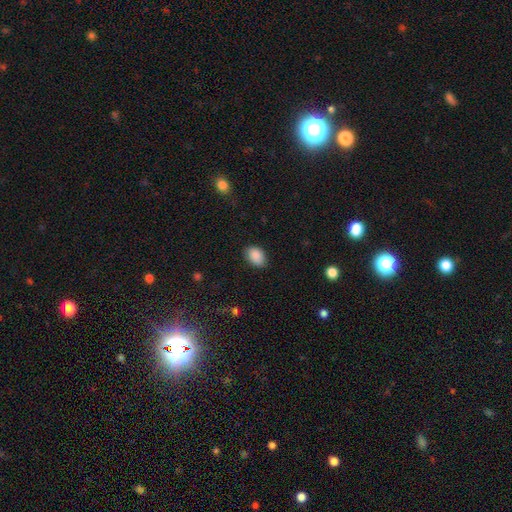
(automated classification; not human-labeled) smooth_or_featured: smooth (p=0.89) [alt: star or artifact p=0.07]
how_rounded: in between (p=0.84) [alt: round p=0.15]
merging: none (p=0.81) [alt: minor disturbance p=0.15]